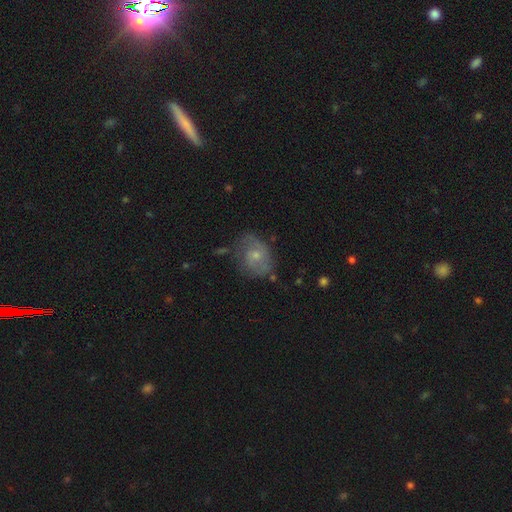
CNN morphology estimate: Smooth or featured: featured or disk — 57% (smooth — 34%)
Edge-on disk: no — 97% (yes — 3%)
Bar: no — 73% (weak — 24%)
Spiral arms: yes — 77% (no — 23%)
Bulge size: small — 56% (moderate — 37%)
Merging: none — 56% (minor disturbance — 27%)